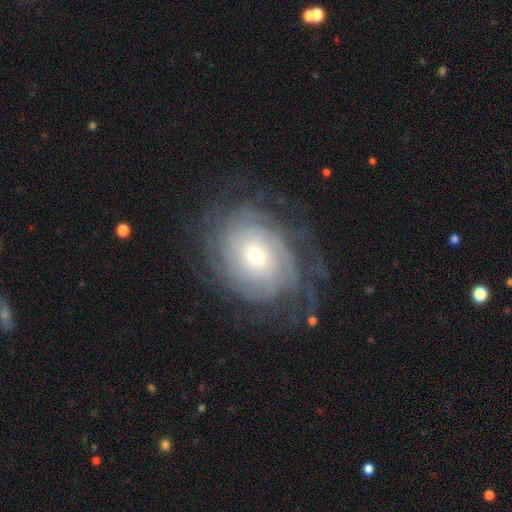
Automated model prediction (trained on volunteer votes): Smooth or featured? Predicted: featured or disk (p=0.82). Edge-on disk? Predicted: no (p=0.96). Bar? Predicted: no (p=0.75). Spiral arms? Predicted: yes (p=0.95). Spiral winding? Predicted: tight (p=0.79). Spiral arm count? Predicted: can't tell (p=0.43). Bulge size? Predicted: moderate (p=0.50). Merging? Predicted: none (p=0.74).